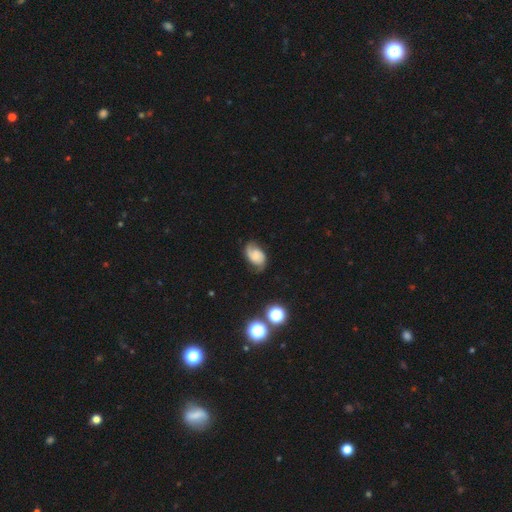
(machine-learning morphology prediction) A featured or disk galaxy (58%) with no bar (62%), 2 (83%) medium (44%) spiral arms (92%) and no central bulge (33%, tied with small).

Vote fractions:
- Smooth or featured? featured or disk: 58% / smooth: 32% / star or artifact: 10%
- Edge-on disk? no: 97% / yes: 3%
- Bar? no: 62% / weak: 30% / strong: 7%
- Spiral arms? yes: 92% / no: 8%
- Spiral winding? medium: 44% / tight: 29% / loose: 27%
- Spiral arm count? 2: 83% / can't tell: 8% / 1: 6% / 3: 2% / 4: 1% / more than 4: 1%
- Bulge size? none: 33% (tied) / small: 33% (tied) / moderate: 20% / large: 9% / dominant: 4%
- Merging? none: 67% / minor disturbance: 24% / major disturbance: 8% / merger: 2%